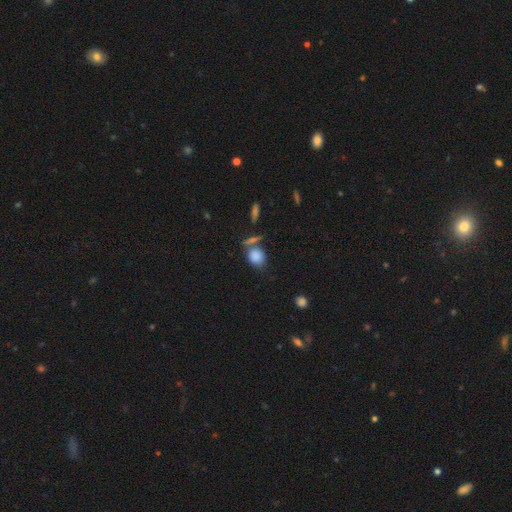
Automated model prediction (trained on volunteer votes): smooth_or_featured: smooth (p=0.83) [alt: star or artifact p=0.10]
how_rounded: round (p=0.55) [alt: in between p=0.43]
merging: none (p=0.60) [alt: merger p=0.18]